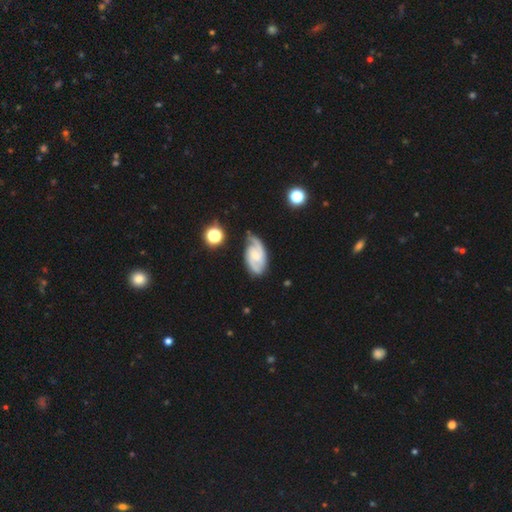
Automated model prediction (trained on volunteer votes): smooth-or-featured: featured or disk: 83% | smooth: 11% | star or artifact: 6%
  disk-edge-on: no: 97% | yes: 3%
    bar: no: 48% | weak: 42% | strong: 10%
    has-spiral-arms: yes: 97% | no: 3%
      spiral-winding: medium: 50% | tight: 35% | loose: 15%
      spiral-arm-count: 2: 79% | 3: 7% | can't tell: 7% | 1: 4% | 4: 1% | more than 4: 1%
    bulge-size: small: 54% | moderate: 27% | none: 15% | large: 3% | dominant: 1%
  merging: none: 70% | minor disturbance: 20% | major disturbance: 7% | merger: 3%